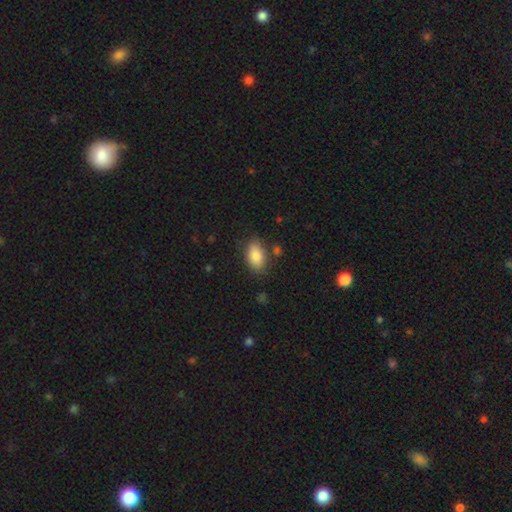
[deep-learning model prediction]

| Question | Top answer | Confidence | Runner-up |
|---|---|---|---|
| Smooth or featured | smooth | 86% | star or artifact (7%) |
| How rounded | in between | 91% | round (6%) |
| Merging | none | 78% | minor disturbance (14%) |